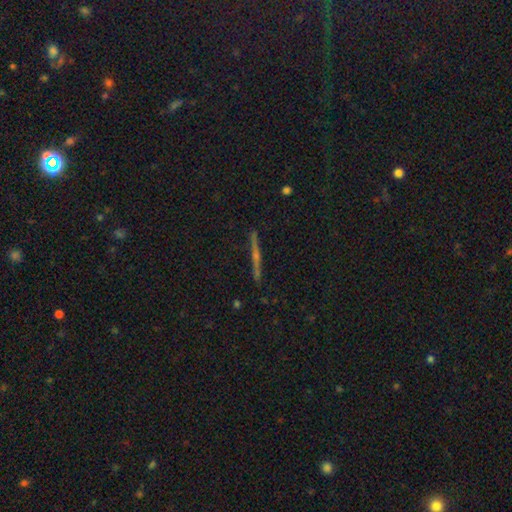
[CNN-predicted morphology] A featured or disk galaxy (72%) viewed edge-on (98%) with a rounded central bulge (71%). Merging: none (91%).